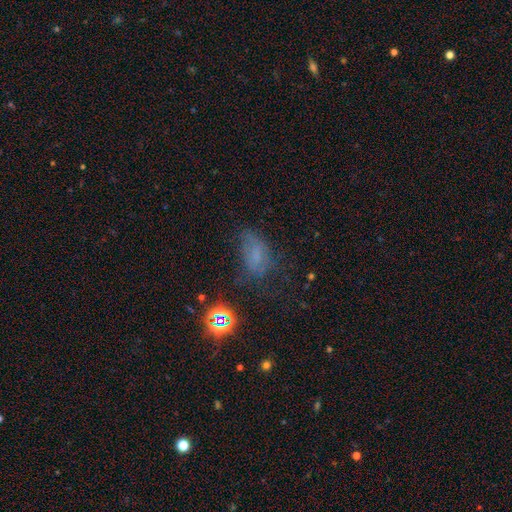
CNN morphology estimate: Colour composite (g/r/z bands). It shows a smooth galaxy with no disk features (48%). Merging: none (43%).